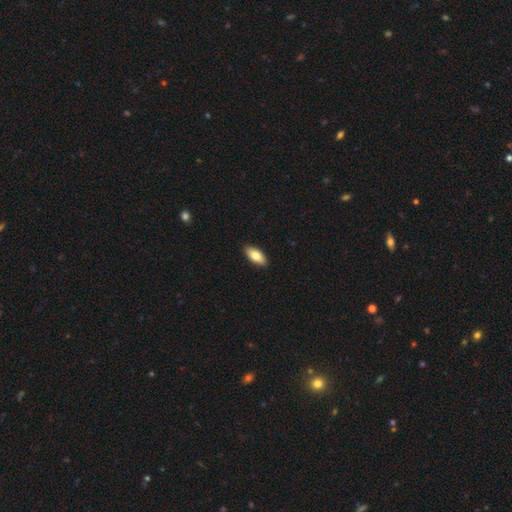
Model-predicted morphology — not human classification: This appears to be a smooth galaxy with no disk features (79%) that is in between round and cigar-shaped (88%). Merging: none (90%).